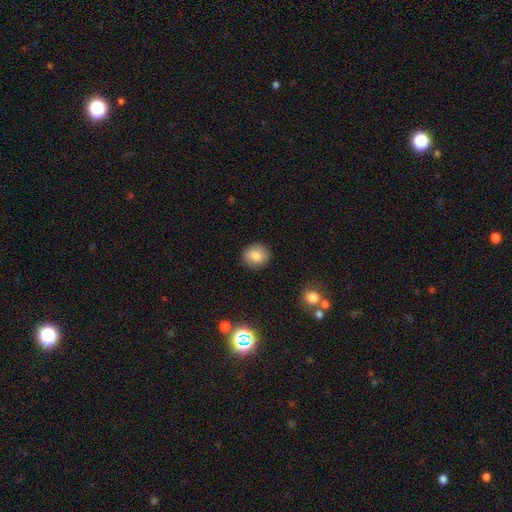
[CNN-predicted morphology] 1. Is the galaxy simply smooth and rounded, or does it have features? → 77% smooth, 13% featured or disk, 10% star or artifact.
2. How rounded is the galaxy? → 83% round, 16% in between, 1% cigar-shaped.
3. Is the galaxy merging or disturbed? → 87% none, 10% minor disturbance, 2% major disturbance, 1% merger.